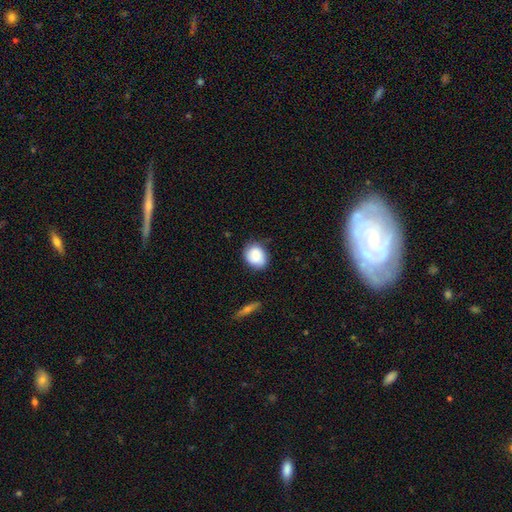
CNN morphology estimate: Smooth or featured?
  - smooth: 79% *
  - featured or disk: 14%
  - star or artifact: 8%
How rounded?
  - round: 52% *
  - in between: 47%
  - cigar-shaped: 1%
Merging?
  - none: 71% *
  - minor disturbance: 22%
  - major disturbance: 5%
  - merger: 2%